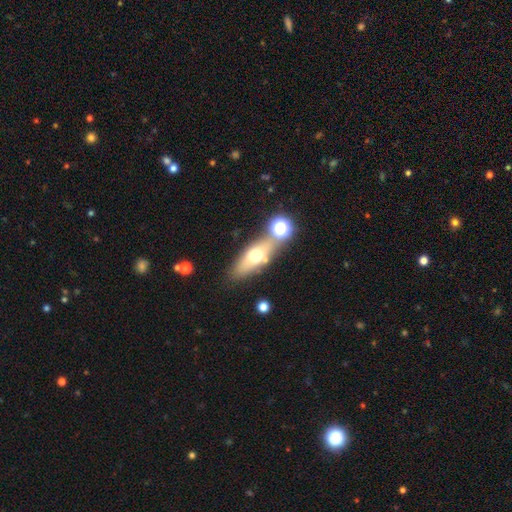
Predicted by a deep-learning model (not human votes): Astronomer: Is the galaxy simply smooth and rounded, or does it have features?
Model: smooth — 54% (runner-up: featured or disk, 36%).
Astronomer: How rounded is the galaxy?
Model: in between — 57% (runner-up: cigar-shaped, 34%).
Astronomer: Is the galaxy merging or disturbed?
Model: none — 70%.